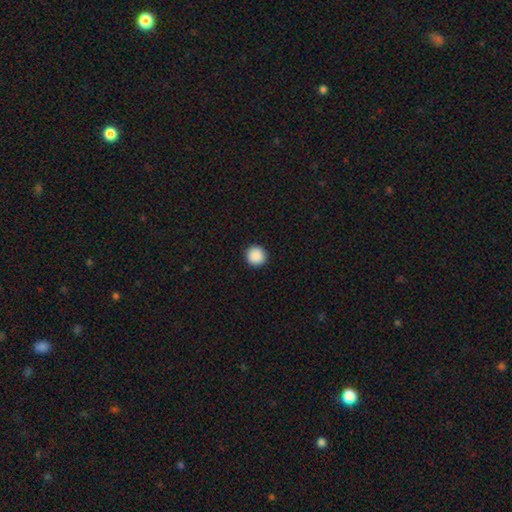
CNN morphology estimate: The model was most divided on "smooth or featured": smooth: 90%, star or artifact: 8%, featured or disk: 2%. More confident: how rounded — round (95%); merging — none (93%).